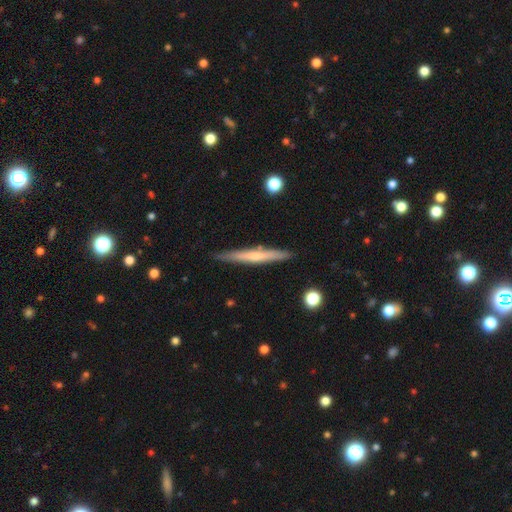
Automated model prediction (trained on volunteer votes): Smooth or featured? Predicted: featured or disk (p=0.50). Merging? Predicted: none (p=0.88).